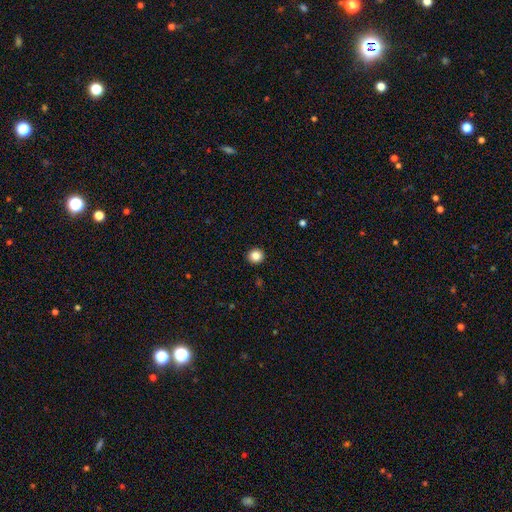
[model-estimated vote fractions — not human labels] This appears to be a smooth galaxy with no disk features (85%) that is round (93%). Merging: none (93%).